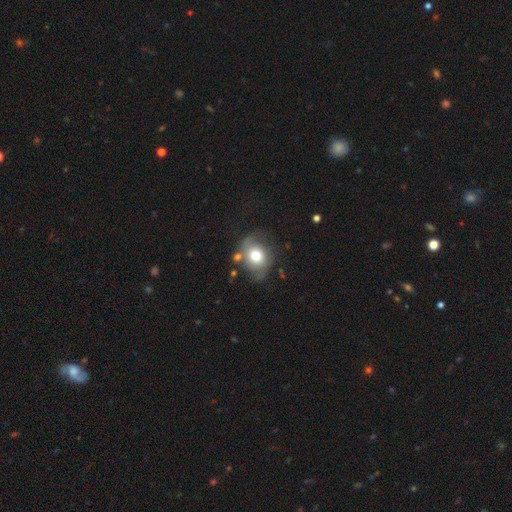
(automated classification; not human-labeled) smooth_or_featured: smooth (p=0.63) [alt: featured or disk p=0.28]
how_rounded: round (p=0.69) [alt: in between p=0.30]
merging: none (p=0.55) [alt: minor disturbance p=0.24]